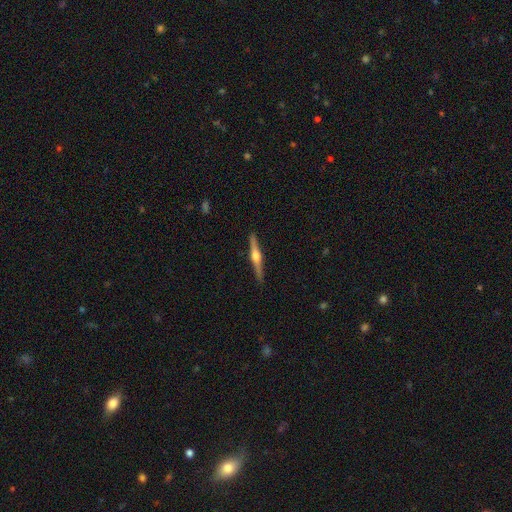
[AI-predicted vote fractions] featured or disk 77%, smooth 18%, star or artifact 5%. Down the decision tree: edge-on disk — yes (98%); edge-on bulge — rounded (93%); merging — none (90%).